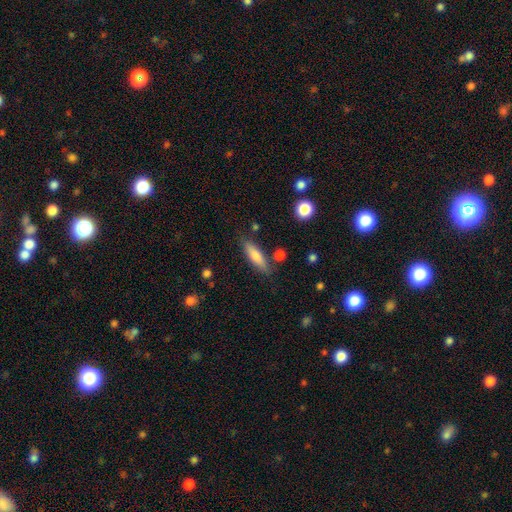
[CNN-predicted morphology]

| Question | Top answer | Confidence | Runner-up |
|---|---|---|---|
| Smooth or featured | smooth | 74% | featured or disk (19%) |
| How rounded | cigar-shaped | 62% | in between (36%) |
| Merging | none | 78% | minor disturbance (14%) |